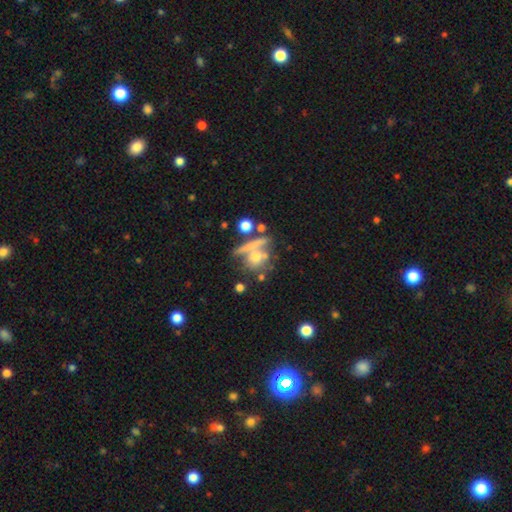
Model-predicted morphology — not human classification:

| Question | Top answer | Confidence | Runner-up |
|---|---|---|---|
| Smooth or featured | smooth | 53% | featured or disk (32%) |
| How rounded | round | 62% | in between (23%) |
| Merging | none | 45% | merger (30%) |